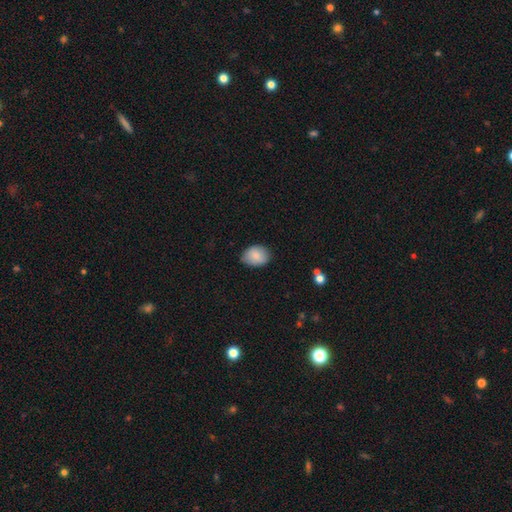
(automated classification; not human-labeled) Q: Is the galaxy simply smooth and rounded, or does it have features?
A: smooth — 85%.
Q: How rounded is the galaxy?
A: in between — 68%.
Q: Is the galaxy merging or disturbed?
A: none — 78%.